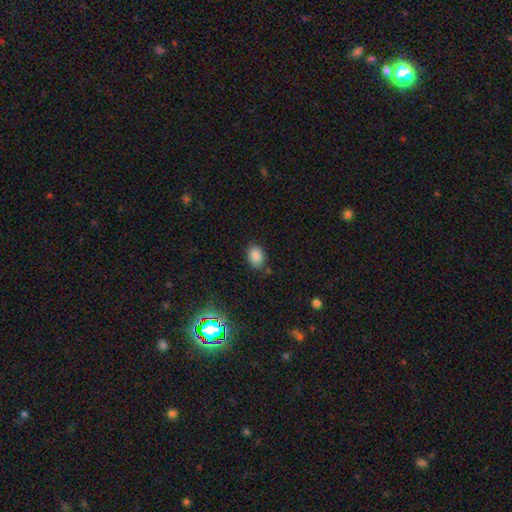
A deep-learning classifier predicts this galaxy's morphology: A smooth galaxy with no disk features (84%) that is in between round and cigar-shaped (77%). Merging: none (81%).